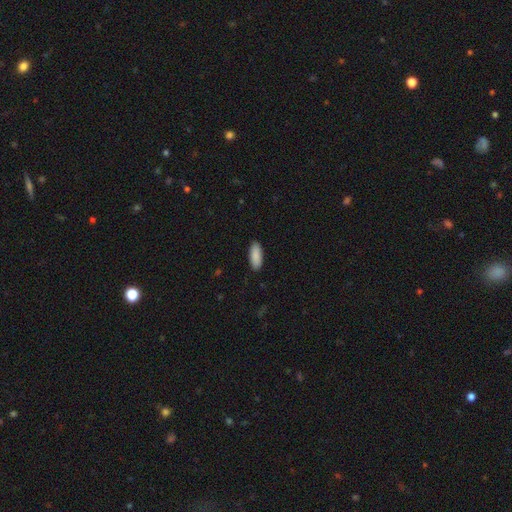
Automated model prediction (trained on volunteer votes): Smooth or featured?
  - smooth: 91% *
  - star or artifact: 6%
  - featured or disk: 4%
How rounded?
  - in between: 76% *
  - cigar-shaped: 23%
  - round: 2%
Merging?
  - none: 90% *
  - minor disturbance: 8%
  - major disturbance: 2%
  - merger: 1%